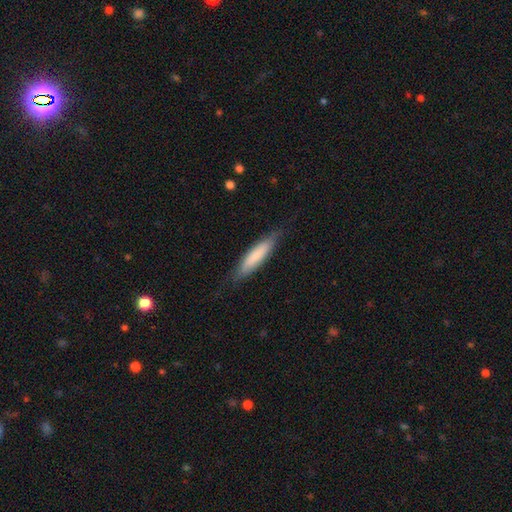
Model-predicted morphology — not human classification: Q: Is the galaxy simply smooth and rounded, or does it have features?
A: smooth — 75%.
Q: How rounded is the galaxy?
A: cigar-shaped — 77%.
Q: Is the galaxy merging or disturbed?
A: none — 80%.